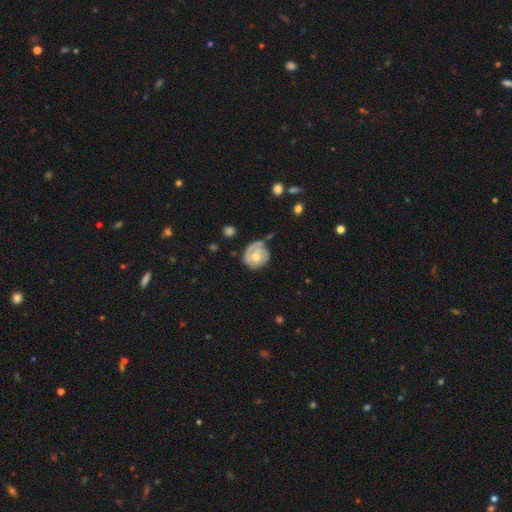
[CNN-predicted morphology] Smooth or featured? featured or disk (60%)
Edge-on disk? no (97%)
Bar? no (73%)
Spiral arms? yes (70%)
Bulge size? moderate (65%)
Merging? none (48%)